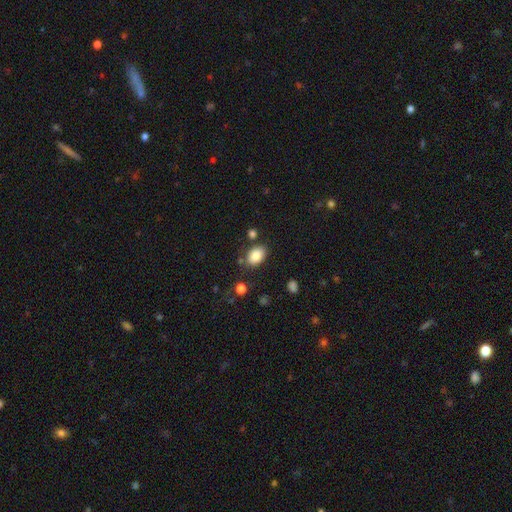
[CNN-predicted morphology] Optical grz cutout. It shows a smooth galaxy with no disk features (85%) that is in between round and cigar-shaped (81%). Merging: none (77%).